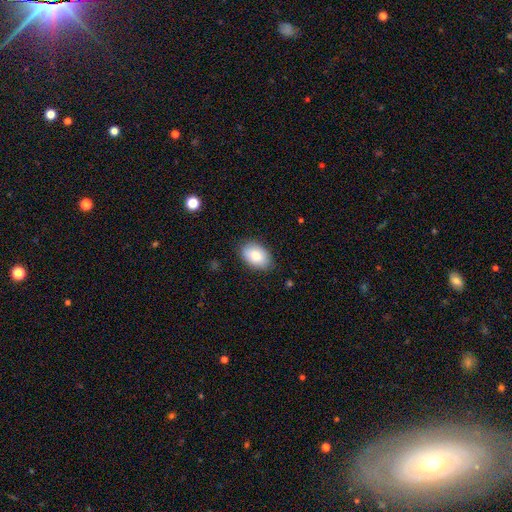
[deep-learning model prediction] smooth-or-featured: smooth: 79% | featured or disk: 14% | star or artifact: 7%
  how-rounded: in between: 88% | round: 11% | cigar-shaped: 1%
  merging: none: 83% | minor disturbance: 13% | major disturbance: 3% | merger: 1%